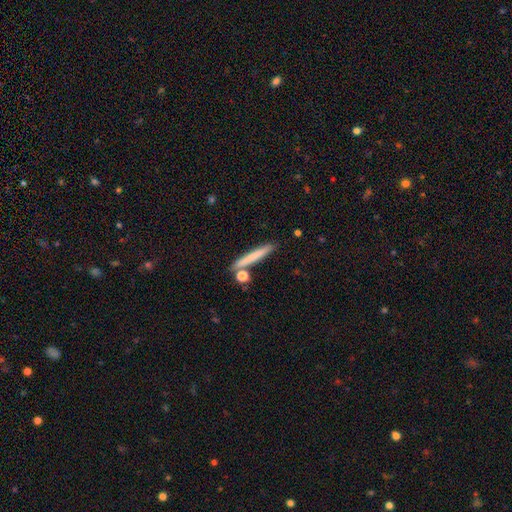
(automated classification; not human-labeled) Smooth or featured? smooth (66%)
How rounded? cigar-shaped (94%)
Merging? none (80%)